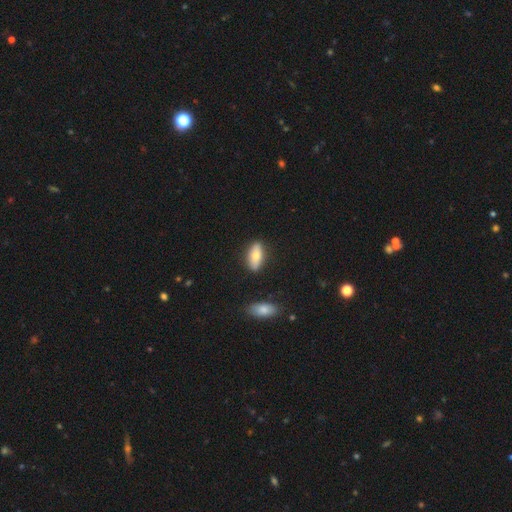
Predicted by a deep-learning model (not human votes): Smooth or featured: smooth — 72% (featured or disk — 22%)
How rounded: in between — 79% (cigar-shaped — 18%)
Merging: none — 83% (minor disturbance — 12%)